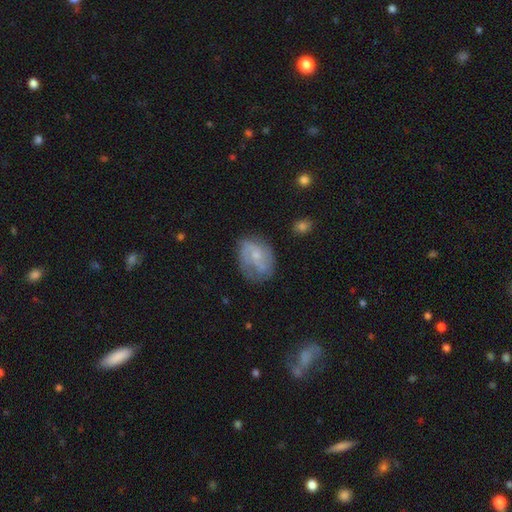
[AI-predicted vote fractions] Smooth or featured? featured or disk (61%)
Edge-on disk? no (97%)
Bar? no (59%)
Spiral arms? yes (80%)
Bulge size? small (57%)
Merging? none (60%)